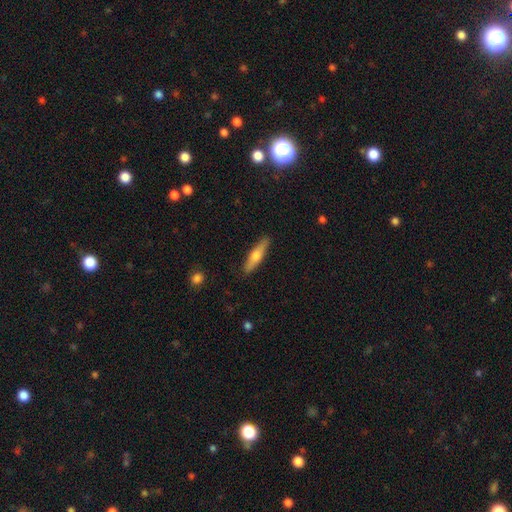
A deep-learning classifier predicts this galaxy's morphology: This is possibly a smooth galaxy (49%). Merging: clearly none (89%).